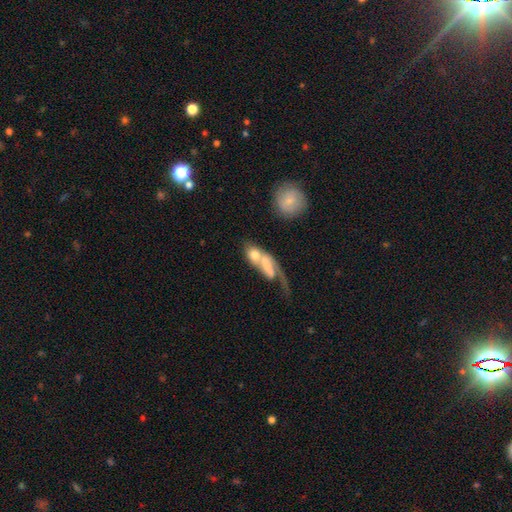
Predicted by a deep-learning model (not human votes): Smooth or featured: smooth — 52% (featured or disk — 40%)
How rounded: in between — 63% (cigar-shaped — 20%)
Merging: merger — 61% (major disturbance — 18%)